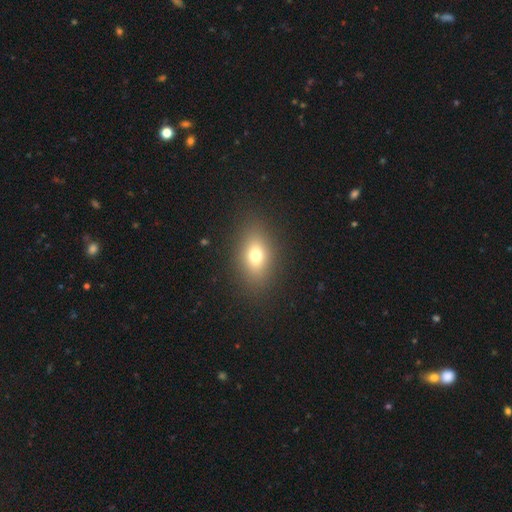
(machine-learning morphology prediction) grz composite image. It shows a smooth galaxy with no disk features (72%) that is in between round and cigar-shaped (77%). Merging: none (86%).